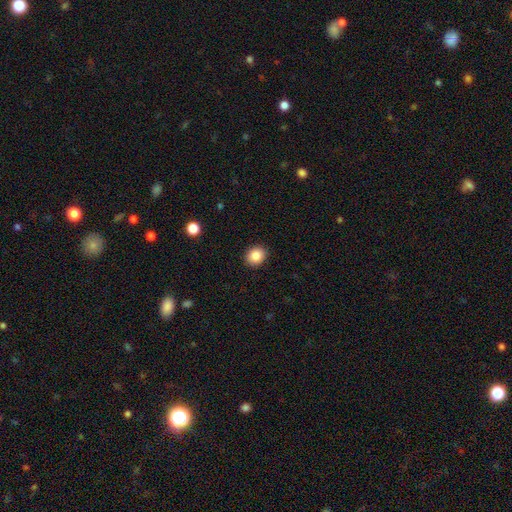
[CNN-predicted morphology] smooth 86%, star or artifact 9%, featured or disk 5%. Down the decision tree: how rounded — round (69%); merging — none (91%).